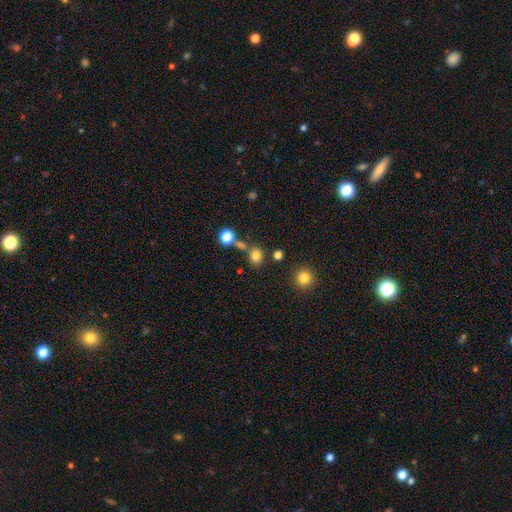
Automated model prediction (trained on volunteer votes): Morphology: type=smooth (79%); roundness=round (70%); merging=none (69%).